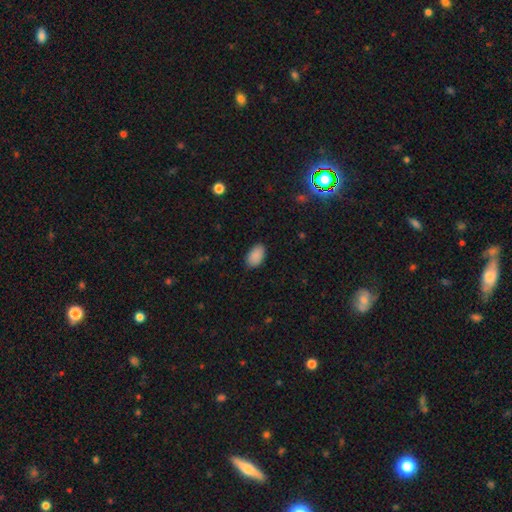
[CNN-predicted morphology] Smooth or featured? Predicted: smooth (p=0.90). How rounded? Predicted: in between (p=0.92). Merging? Predicted: none (p=0.86).